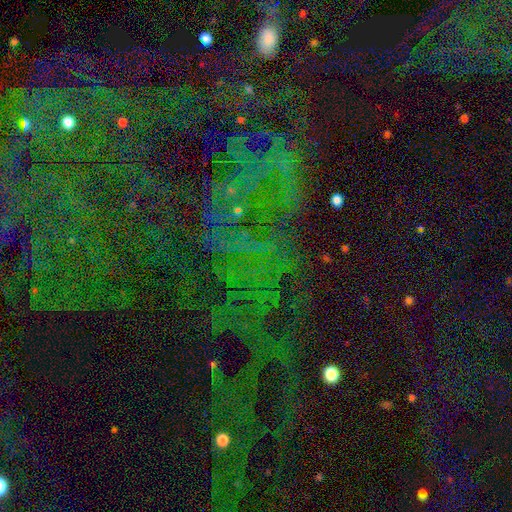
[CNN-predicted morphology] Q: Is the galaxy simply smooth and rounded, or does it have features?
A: star or artifact — 74%.